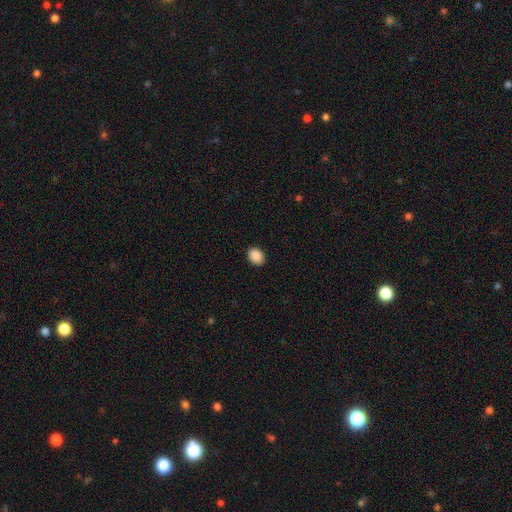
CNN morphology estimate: Smooth or featured: smooth — 90% (star or artifact — 8%)
How rounded: in between — 65% (round — 34%)
Merging: none — 91% (minor disturbance — 6%)